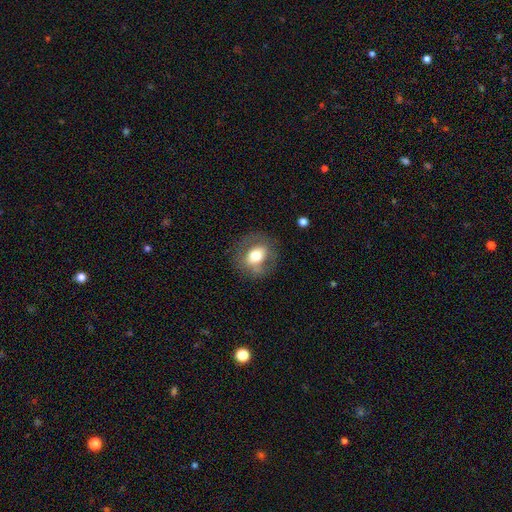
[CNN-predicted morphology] smooth-or-featured: smooth: 58% | featured or disk: 33% | star or artifact: 9%
  how-rounded: round: 56% | in between: 42% | cigar-shaped: 2%
  merging: none: 75% | minor disturbance: 15% | major disturbance: 8% | merger: 1%